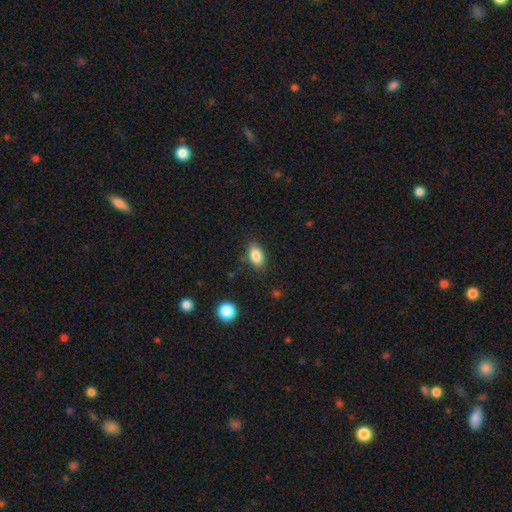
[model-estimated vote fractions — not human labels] Smooth or featured?
  - smooth: 86% *
  - star or artifact: 8%
  - featured or disk: 6%
How rounded?
  - in between: 88% *
  - round: 9%
  - cigar-shaped: 3%
Merging?
  - none: 83% *
  - minor disturbance: 12%
  - major disturbance: 3%
  - merger: 2%